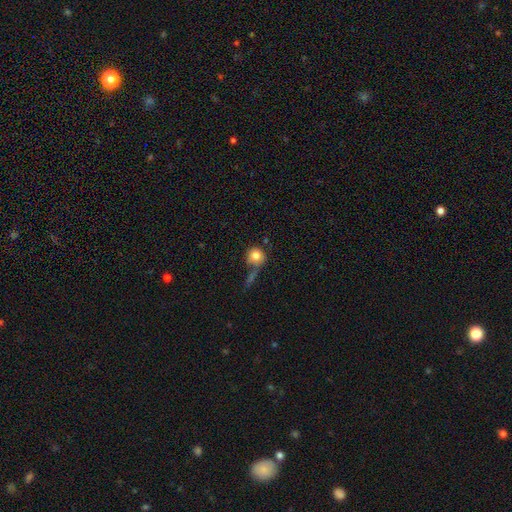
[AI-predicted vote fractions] smooth 79%, featured or disk 12%, star or artifact 9%. Down the decision tree: how rounded — round (88%); merging — none (46%).